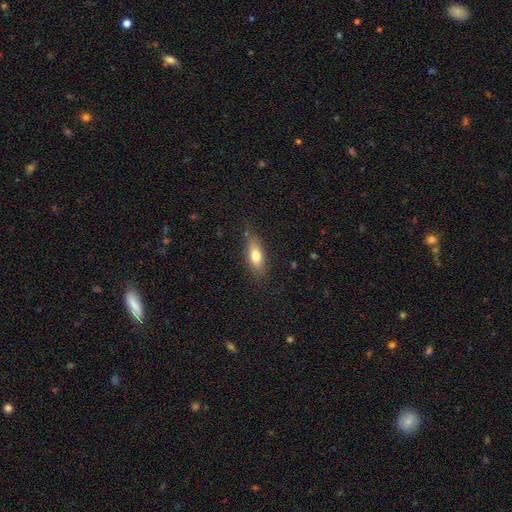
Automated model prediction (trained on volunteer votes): Smooth or featured: smooth — 71% (featured or disk — 21%)
How rounded: in between — 67% (cigar-shaped — 28%)
Merging: none — 78% (minor disturbance — 16%)